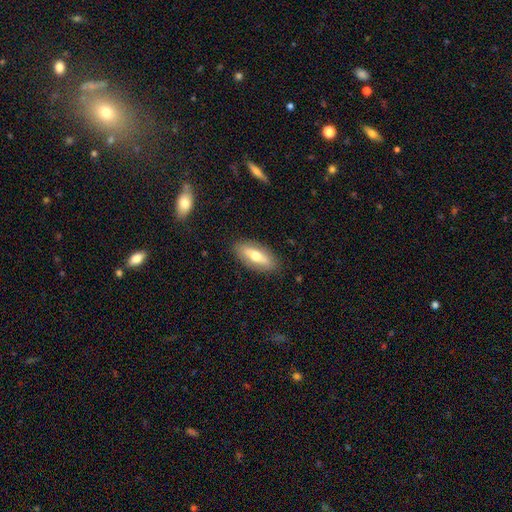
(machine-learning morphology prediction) smooth-or-featured: smooth: 59% | featured or disk: 35% | star or artifact: 6%
  how-rounded: in between: 75% | cigar-shaped: 22% | round: 3%
  merging: none: 86% | minor disturbance: 10% | major disturbance: 3% | merger: 1%